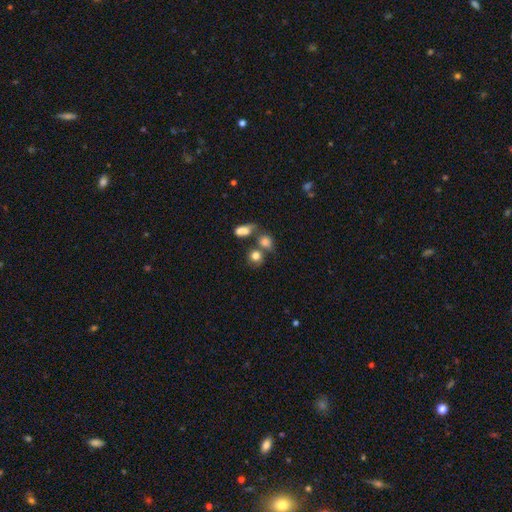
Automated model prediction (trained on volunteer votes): smooth_or_featured: smooth (p=0.79) [alt: star or artifact p=0.11]
how_rounded: round (p=0.74) [alt: in between p=0.24]
merging: none (p=0.49) [alt: merger p=0.32]